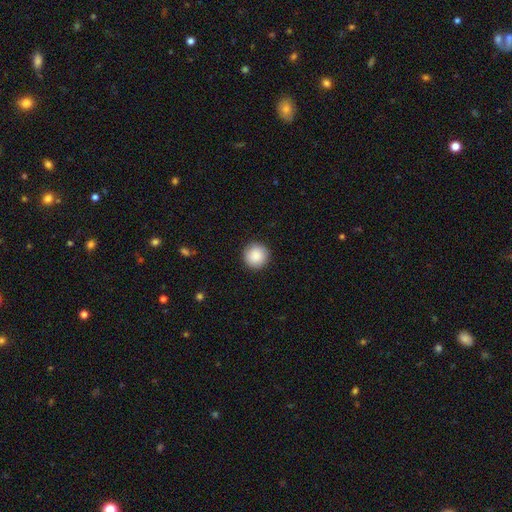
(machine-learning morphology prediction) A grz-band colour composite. It shows a smooth galaxy with no disk features (89%) that is round (96%). Merging: none (92%).